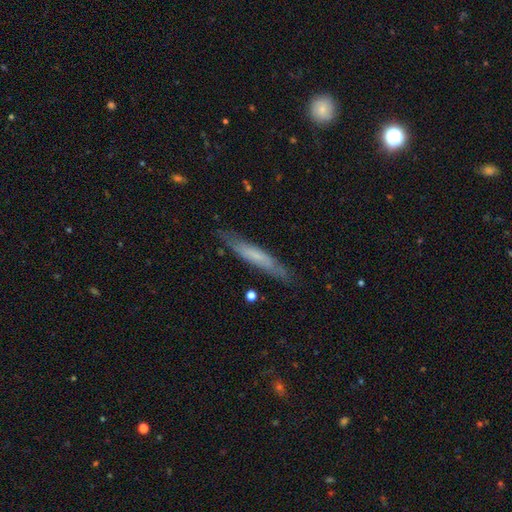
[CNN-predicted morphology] This appears to be a smooth galaxy with no disk features (52%) that is cigar-shaped (91%). Merging: none (82%).